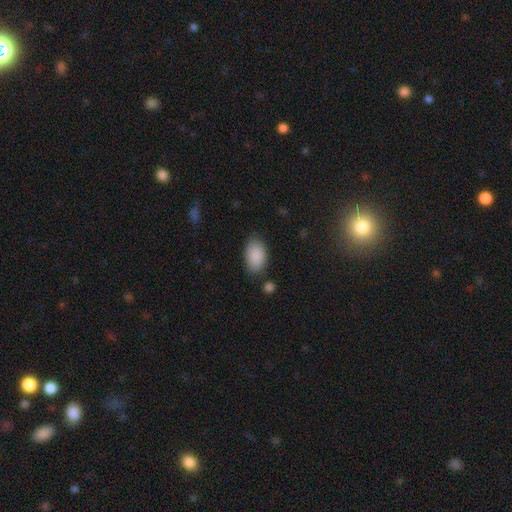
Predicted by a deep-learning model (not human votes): smooth 89%, star or artifact 7%, featured or disk 4%. Down the decision tree: how rounded — in between (91%); merging — none (79%).